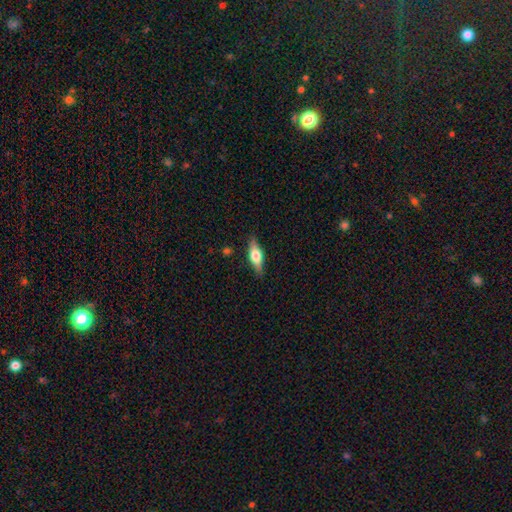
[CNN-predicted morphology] Smooth or featured? Predicted: smooth (p=0.50). Merging? Predicted: none (p=0.84).